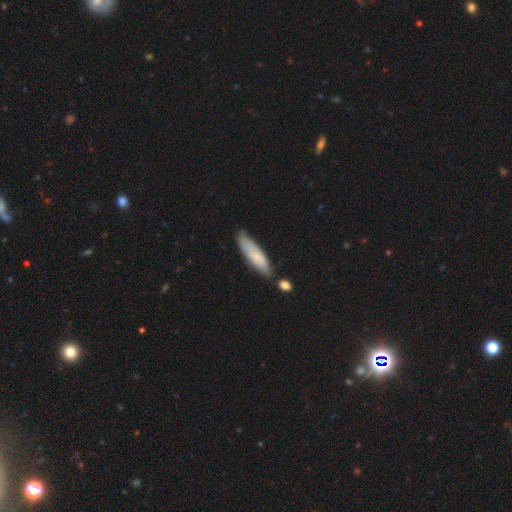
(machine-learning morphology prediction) Q: Smooth or featured?
A: smooth (76%); runner-up: featured or disk (18%)
Q: How rounded?
A: cigar-shaped (69%); runner-up: in between (29%)
Q: Merging?
A: none (63%); runner-up: minor disturbance (23%)